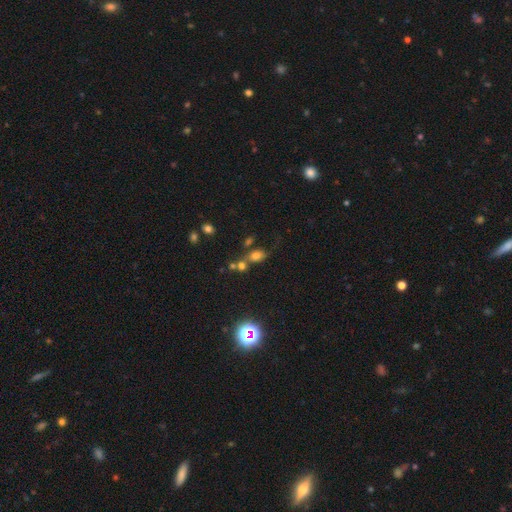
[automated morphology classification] smooth-or-featured: smooth: 69% | star or artifact: 19% | featured or disk: 12%
  how-rounded: in between: 73% | round: 24% | cigar-shaped: 3%
  merging: none: 48% | merger: 29% | minor disturbance: 14% | major disturbance: 9%